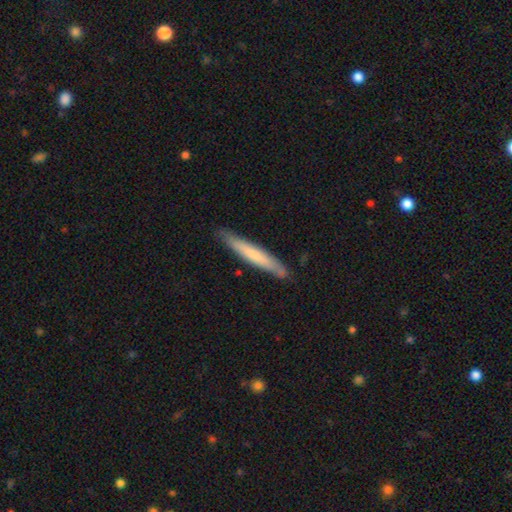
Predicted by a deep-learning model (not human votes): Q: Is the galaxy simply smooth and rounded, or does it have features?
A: smooth — 64%.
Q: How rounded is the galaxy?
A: cigar-shaped — 94%.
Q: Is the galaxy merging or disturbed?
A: none — 85%.